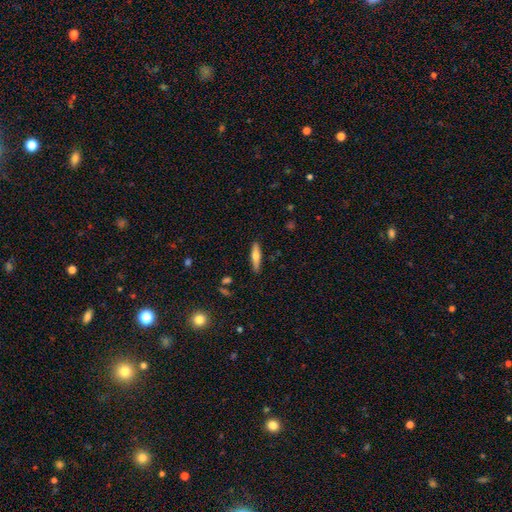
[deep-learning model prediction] Overall: smooth (53%; featured or disk 41%). How rounded: cigar-shaped (75%). Merging: none (89%).